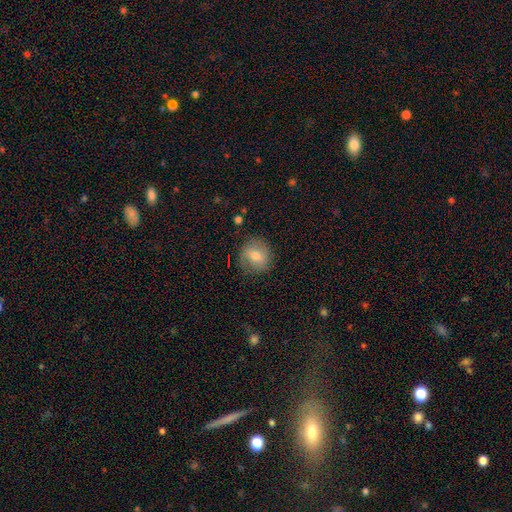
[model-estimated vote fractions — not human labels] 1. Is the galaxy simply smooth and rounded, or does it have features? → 73% smooth, 18% featured or disk, 9% star or artifact.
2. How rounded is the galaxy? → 86% round, 13% in between, 1% cigar-shaped.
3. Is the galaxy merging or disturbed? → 81% none, 14% minor disturbance, 4% major disturbance, 1% merger.